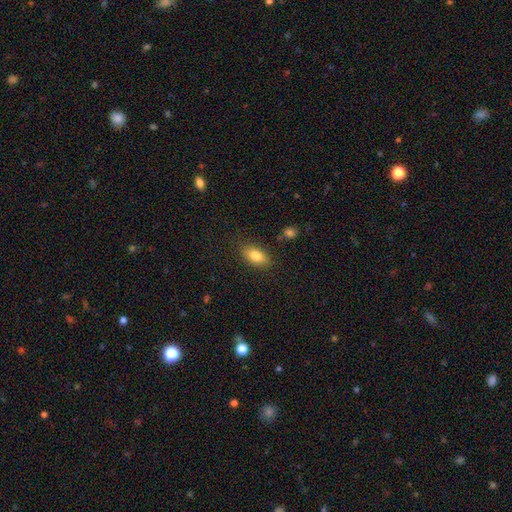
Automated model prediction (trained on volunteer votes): The model was most divided on "merging": none: 84%, minor disturbance: 11%, major disturbance: 3%, merger: 2%. More confident: how rounded — in between (89%); smooth or featured — smooth (83%).